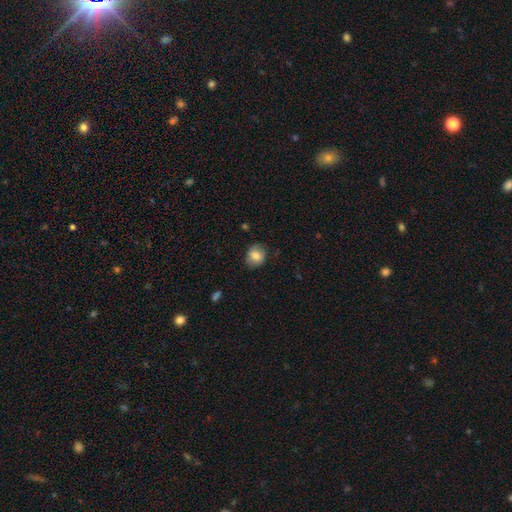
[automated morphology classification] smooth_or_featured: smooth (p=0.79) [alt: featured or disk p=0.13]
how_rounded: round (p=0.64) [alt: in between p=0.36]
merging: none (p=0.80) [alt: minor disturbance p=0.15]